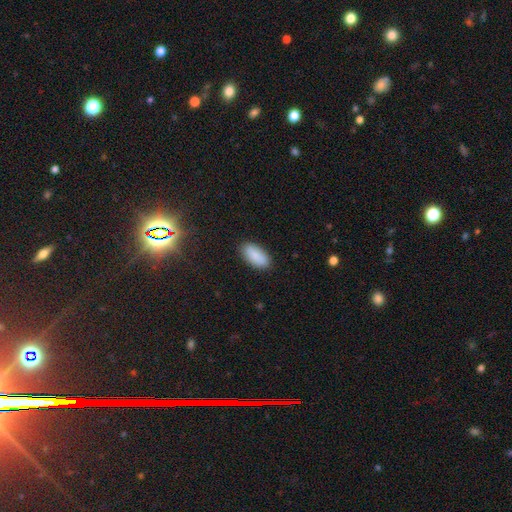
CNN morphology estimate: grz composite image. It shows a smooth galaxy with no disk features (88%) that is in between round and cigar-shaped (91%). Merging: none (87%).